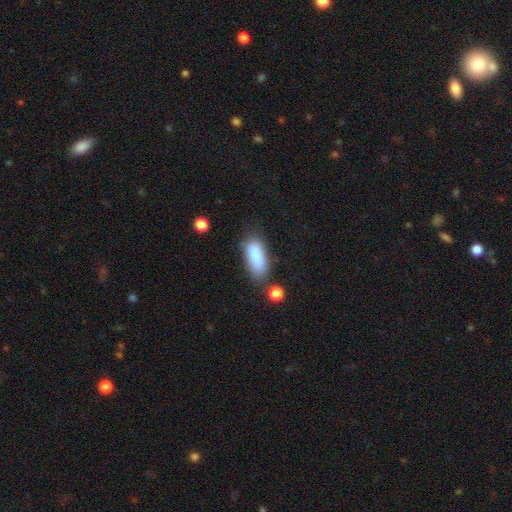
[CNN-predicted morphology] This appears to be a smooth galaxy with no disk features (83%) that is in between round and cigar-shaped (76%). Merging: none (59%).